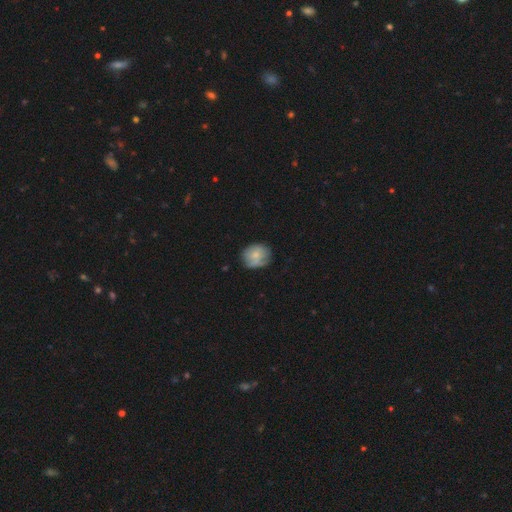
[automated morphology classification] Smooth or featured? smooth (67%)
How rounded? round (66%)
Merging? none (64%)